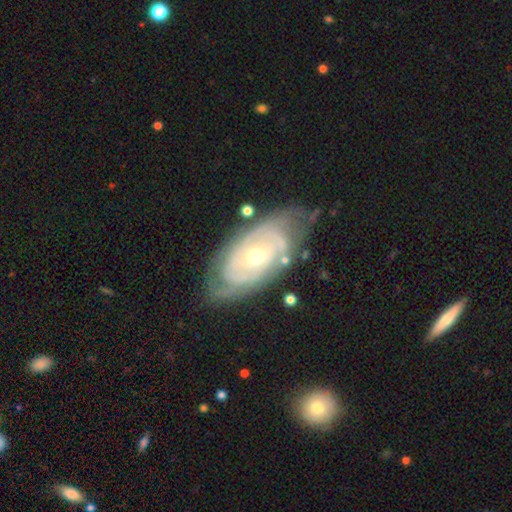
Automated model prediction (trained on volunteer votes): A featured or disk galaxy (86%) with no bar (70%), 2 (37%) tight (75%) spiral arms (93%) and a moderate central bulge (52%). Merging: none (72%).